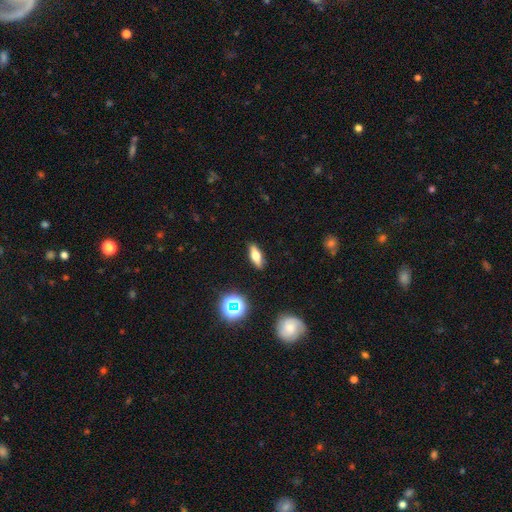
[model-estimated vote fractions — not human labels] smooth_or_featured: smooth (p=0.57) [alt: featured or disk p=0.31]
how_rounded: in between (p=0.60) [alt: cigar-shaped p=0.35]
merging: none (p=0.88) [alt: minor disturbance p=0.08]